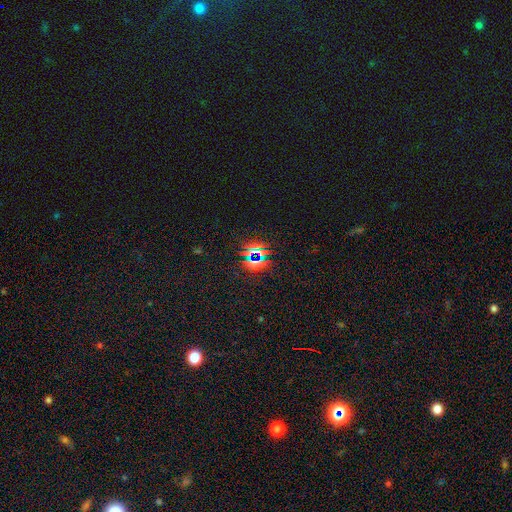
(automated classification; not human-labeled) star or artifact 72%, smooth 19%, featured or disk 9%.